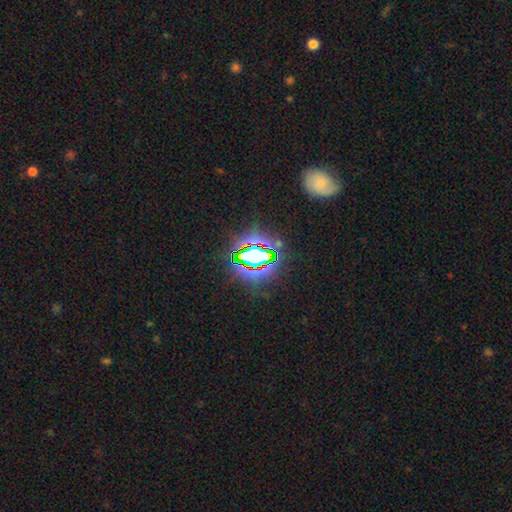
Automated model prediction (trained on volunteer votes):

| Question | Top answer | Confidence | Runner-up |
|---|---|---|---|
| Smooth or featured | star or artifact | 71% | smooth (18%) |